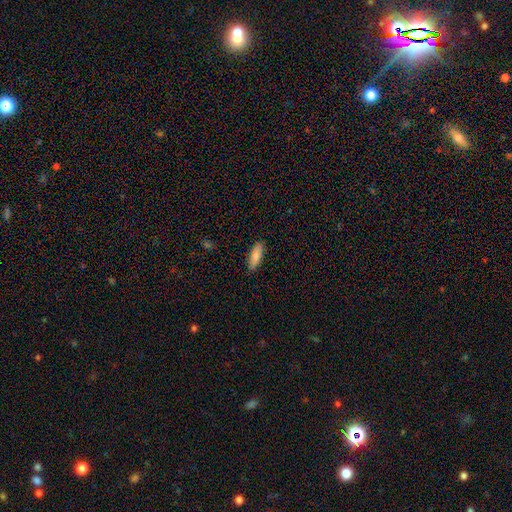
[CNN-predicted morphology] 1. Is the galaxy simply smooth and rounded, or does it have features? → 80% smooth, 14% featured or disk, 6% star or artifact.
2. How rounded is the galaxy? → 64% in between, 34% cigar-shaped, 2% round.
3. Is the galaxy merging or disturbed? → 87% none, 10% minor disturbance, 2% major disturbance, 1% merger.